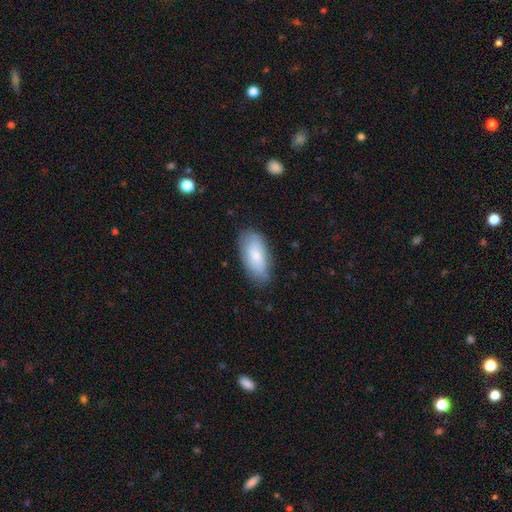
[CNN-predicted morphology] Overall: smooth (73%). How rounded: in between (92%). Merging: none (77%).